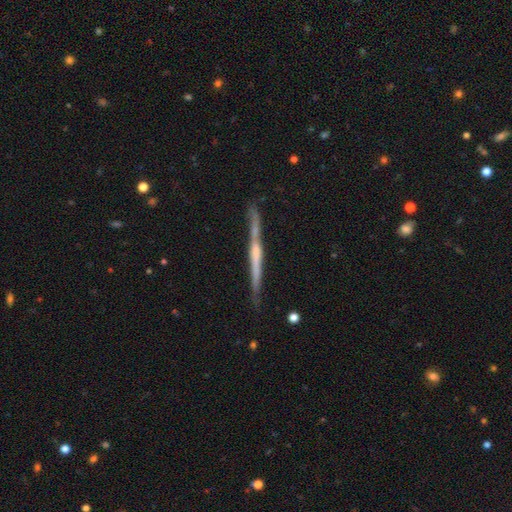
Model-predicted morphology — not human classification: Smooth or featured: featured or disk — 73% (smooth — 22%)
Edge-on disk: yes — 98% (no — 2%)
Edge-on bulge: none — 48% (rounded — 32%)
Merging: none — 82% (minor disturbance — 13%)